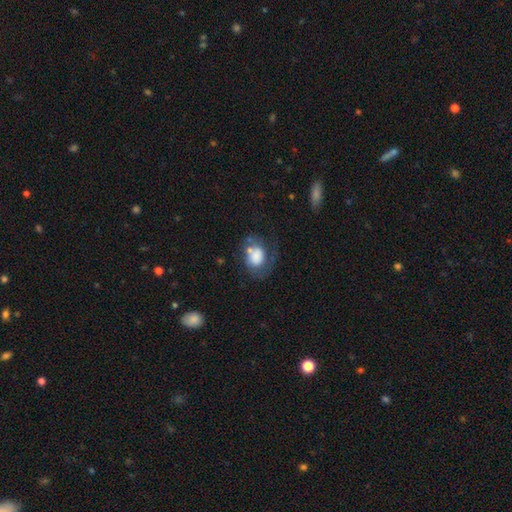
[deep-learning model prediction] This is likely a smooth galaxy (61%). How rounded: possibly in between (58%). Merging: marginally none (36%).